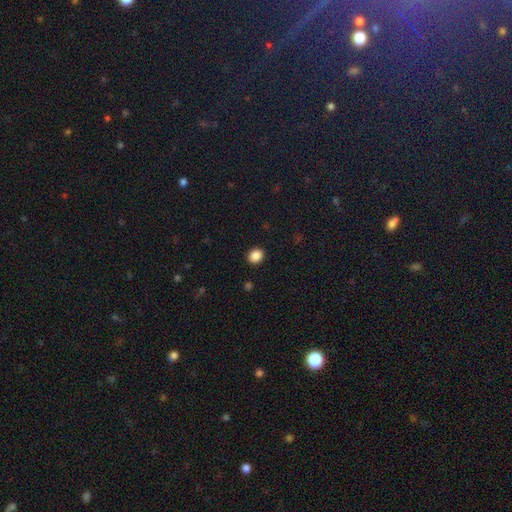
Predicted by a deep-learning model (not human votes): Q: Smooth or featured?
A: smooth (88%); runner-up: star or artifact (10%)
Q: How rounded?
A: round (65%); runner-up: in between (34%)
Q: Merging?
A: none (91%); runner-up: minor disturbance (6%)